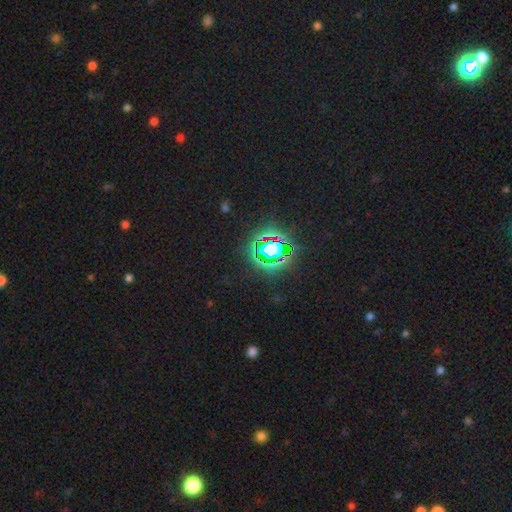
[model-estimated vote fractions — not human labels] Smooth or featured?
  - star or artifact: 82% *
  - smooth: 12%
  - featured or disk: 6%